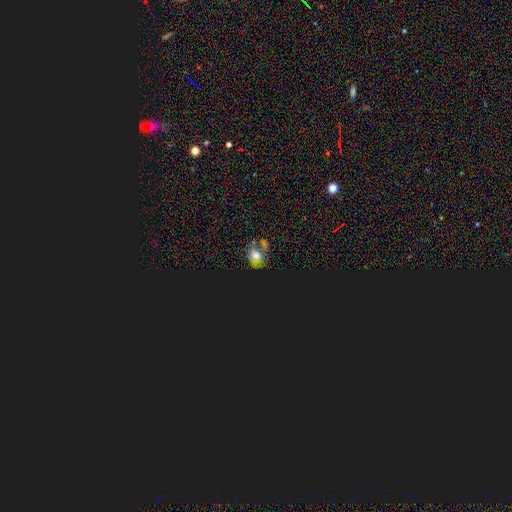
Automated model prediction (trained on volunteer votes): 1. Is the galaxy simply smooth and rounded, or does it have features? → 45% star or artifact, 39% smooth, 16% featured or disk.